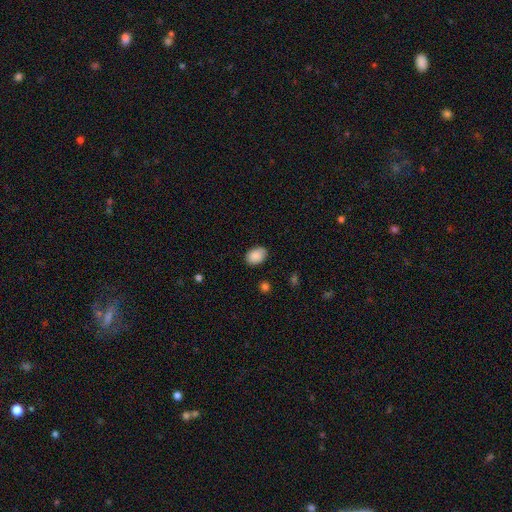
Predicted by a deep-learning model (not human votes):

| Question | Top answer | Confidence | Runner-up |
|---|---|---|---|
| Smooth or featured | smooth | 89% | star or artifact (7%) |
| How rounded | in between | 83% | round (16%) |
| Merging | none | 82% | minor disturbance (14%) |